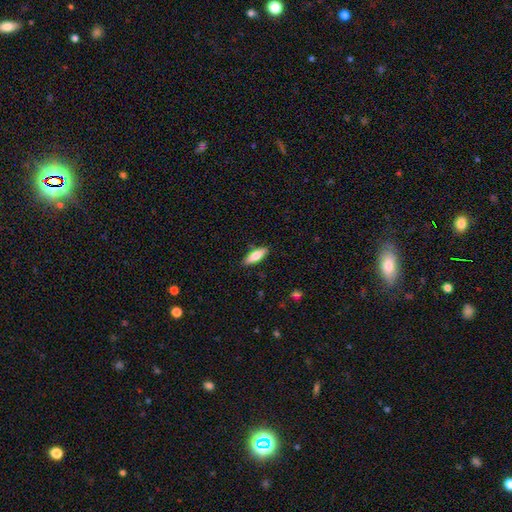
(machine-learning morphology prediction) The model was most divided on "how rounded": in between: 55%, cigar-shaped: 43%, round: 2%. More confident: merging — none (86%); smooth or featured — smooth (77%).